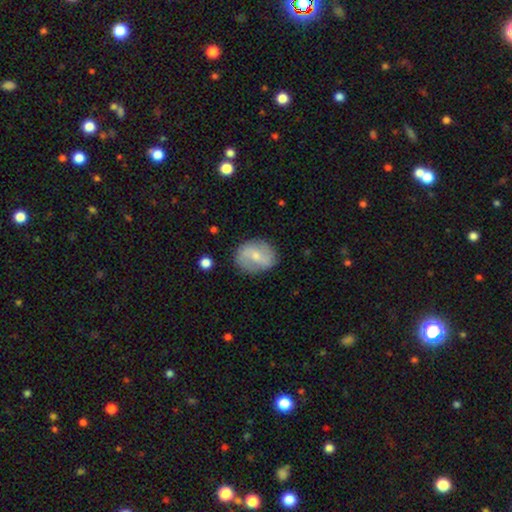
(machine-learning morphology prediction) Overall: featured or disk (54%; smooth 39%). Edge-on disk: no (96%). Bar: weak (48%; no 27%). Spiral arms: yes (69%; no 31%). Bulge size: small (51%; moderate 43%). Merging: none (80%).